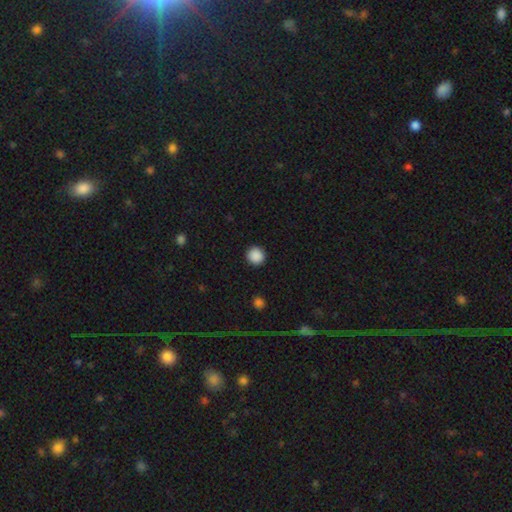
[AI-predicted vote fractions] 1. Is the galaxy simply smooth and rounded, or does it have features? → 89% smooth, 9% star or artifact, 2% featured or disk.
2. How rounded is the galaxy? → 94% round, 5% in between, 1% cigar-shaped.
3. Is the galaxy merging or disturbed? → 93% none, 5% minor disturbance, 2% major disturbance, 1% merger.